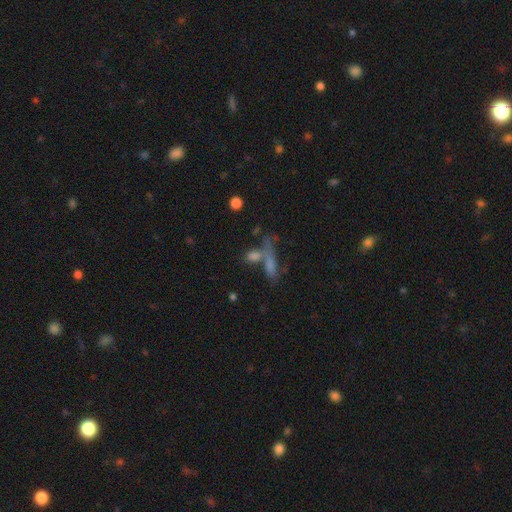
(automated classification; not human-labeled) Smooth or featured? Predicted: smooth (p=0.57). How rounded? Predicted: cigar-shaped (p=0.46). Merging? Predicted: none (p=0.45).